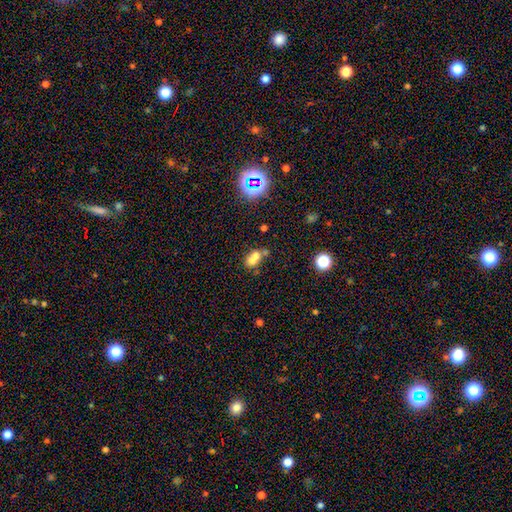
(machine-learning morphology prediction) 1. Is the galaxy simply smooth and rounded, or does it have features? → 63% smooth, 20% featured or disk, 17% star or artifact.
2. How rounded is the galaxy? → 59% in between, 38% round, 3% cigar-shaped.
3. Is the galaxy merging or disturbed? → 56% merger, 29% none, 10% minor disturbance, 6% major disturbance.